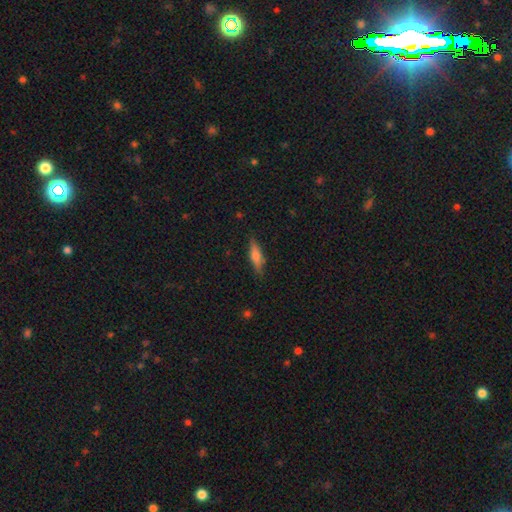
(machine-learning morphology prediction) smooth-or-featured: smooth: 59% | featured or disk: 33% | star or artifact: 7%
  how-rounded: cigar-shaped: 60% | in between: 37% | round: 3%
  merging: none: 82% | minor disturbance: 13% | major disturbance: 3% | merger: 1%